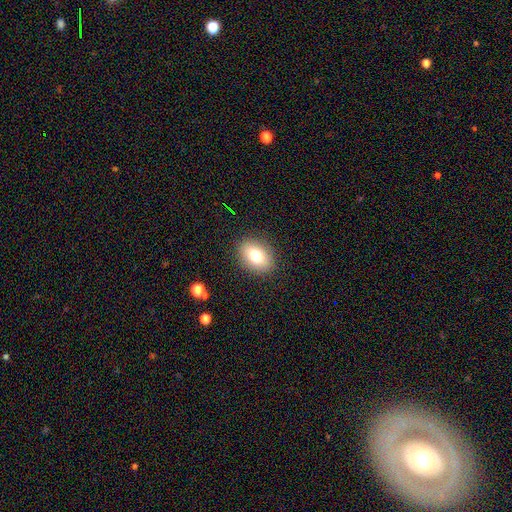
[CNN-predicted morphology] This is likely a smooth galaxy (76%). How rounded: likely in between (72%). Merging: clearly none (87%).